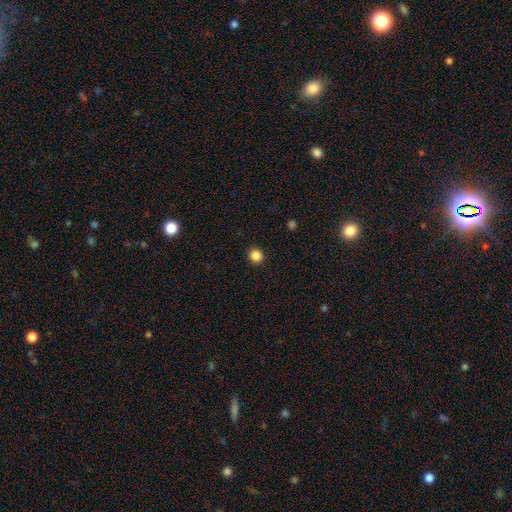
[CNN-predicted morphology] The model was most divided on "smooth or featured": smooth: 85%, star or artifact: 11%, featured or disk: 3%. More confident: how rounded — round (94%); merging — none (93%).